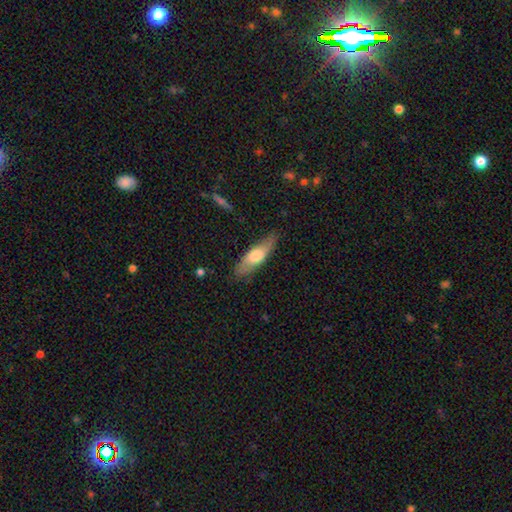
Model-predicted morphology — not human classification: smooth 60%, featured or disk 35%, star or artifact 6%. Down the decision tree: how rounded — cigar-shaped (53%); merging — none (77%).